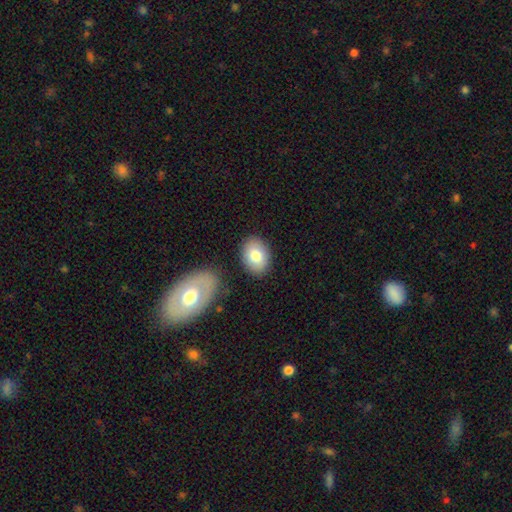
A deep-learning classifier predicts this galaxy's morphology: Overall: smooth (80%). How rounded: in between (78%). Merging: none (83%).